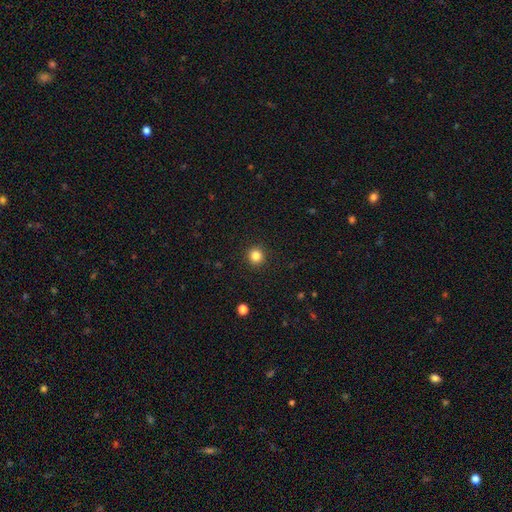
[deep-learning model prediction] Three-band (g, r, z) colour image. It shows a smooth galaxy with no disk features (84%) that is round (93%). Merging: none (92%).